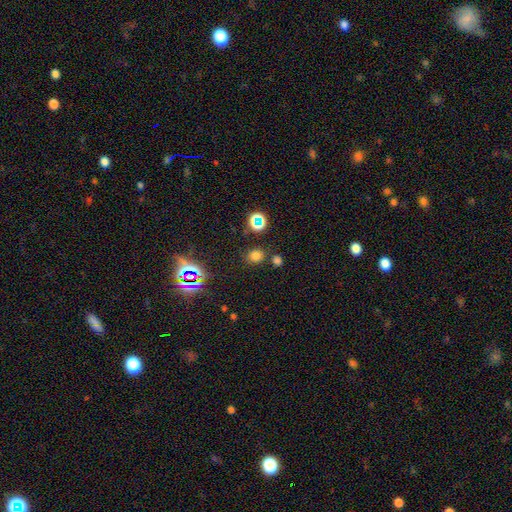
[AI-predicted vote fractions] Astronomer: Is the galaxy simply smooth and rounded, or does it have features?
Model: smooth — 70%.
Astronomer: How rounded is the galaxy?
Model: round — 75%.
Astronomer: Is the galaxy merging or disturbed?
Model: none — 78%.